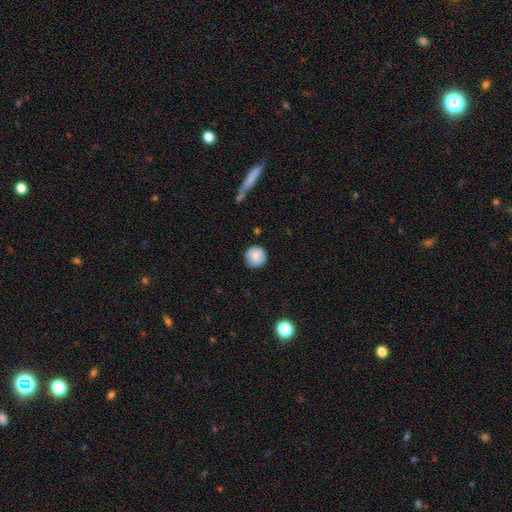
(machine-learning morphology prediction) smooth-or-featured: smooth: 84% | featured or disk: 8% | star or artifact: 8%
  how-rounded: round: 95% | in between: 4% | cigar-shaped: 1%
  merging: none: 88% | minor disturbance: 9% | major disturbance: 2% | merger: 1%